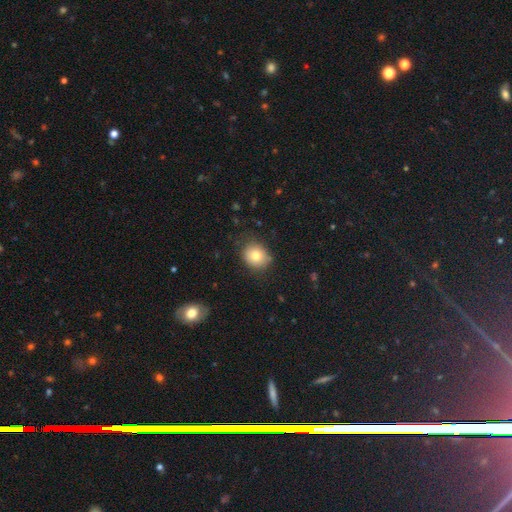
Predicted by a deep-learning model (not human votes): A smooth galaxy with no disk features (79%) that is round (74%).

Vote fractions:
- Smooth or featured? smooth: 79% / featured or disk: 11% / star or artifact: 10%
- How rounded? round: 74% / in between: 25% / cigar-shaped: 1%
- Merging? none: 80% / minor disturbance: 15% / major disturbance: 4% / merger: 1%